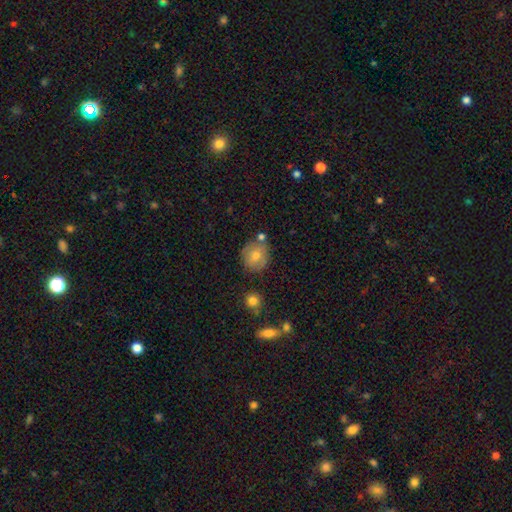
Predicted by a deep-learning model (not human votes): Smooth or featured?
  - smooth: 62% *
  - featured or disk: 27%
  - star or artifact: 11%
How rounded?
  - round: 78% *
  - in between: 20%
  - cigar-shaped: 1%
Merging?
  - none: 72% *
  - minor disturbance: 16%
  - merger: 8%
  - major disturbance: 4%